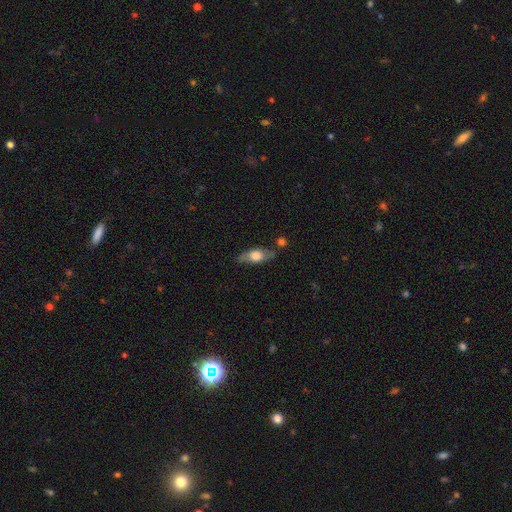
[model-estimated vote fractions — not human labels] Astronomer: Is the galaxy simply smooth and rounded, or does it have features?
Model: smooth — 52% (runner-up: featured or disk, 42%).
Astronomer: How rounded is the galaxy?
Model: in between — 67%.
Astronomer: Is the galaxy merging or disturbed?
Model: none — 74%.